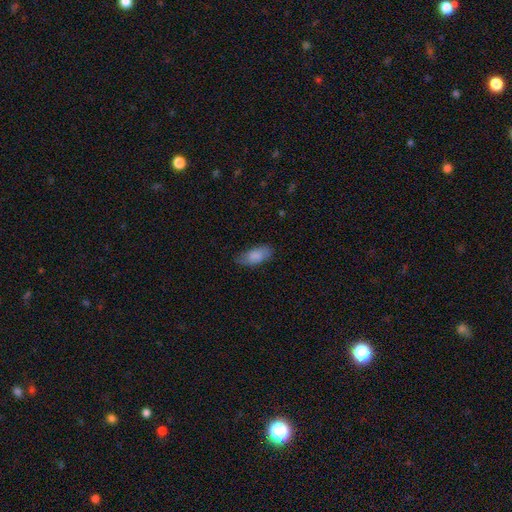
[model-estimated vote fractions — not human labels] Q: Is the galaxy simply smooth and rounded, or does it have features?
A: smooth — 83%.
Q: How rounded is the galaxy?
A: in between — 87%.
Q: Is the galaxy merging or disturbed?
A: none — 75%.